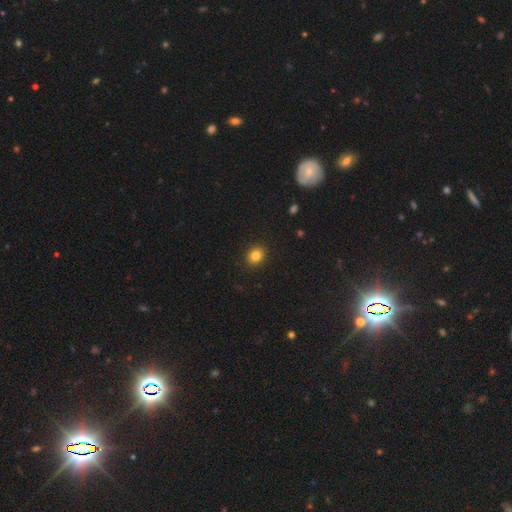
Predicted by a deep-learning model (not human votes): Smooth or featured?
  - smooth: 83% *
  - star or artifact: 11%
  - featured or disk: 6%
How rounded?
  - round: 63% *
  - in between: 37%
  - cigar-shaped: 1%
Merging?
  - none: 91% *
  - minor disturbance: 6%
  - major disturbance: 2%
  - merger: 1%